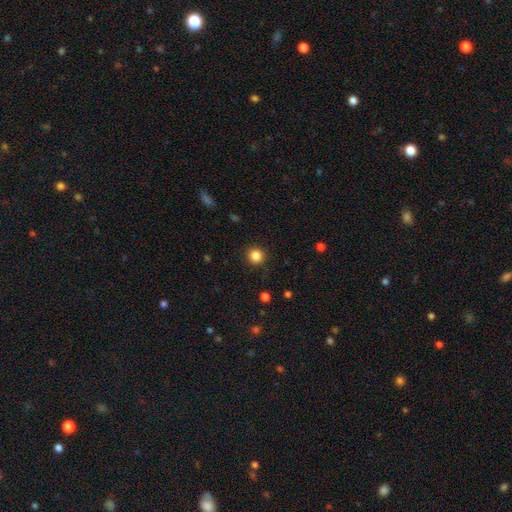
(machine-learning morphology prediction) The model was most divided on "smooth or featured": smooth: 85%, star or artifact: 11%, featured or disk: 4%. More confident: how rounded — round (94%); merging — none (92%).